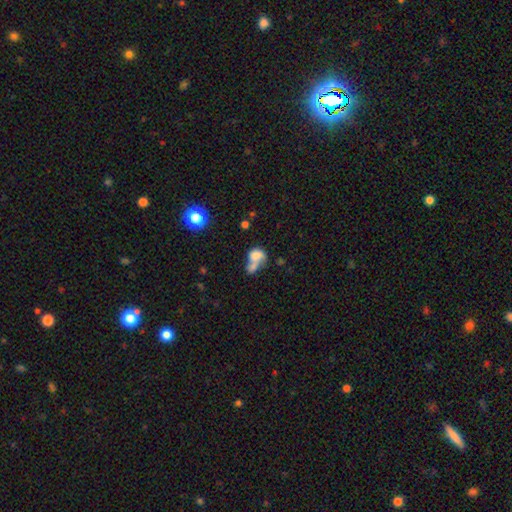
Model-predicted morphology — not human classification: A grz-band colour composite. It shows a smooth galaxy with no disk features (65%) that is in between round and cigar-shaped (65%). Merging: merger (64%).